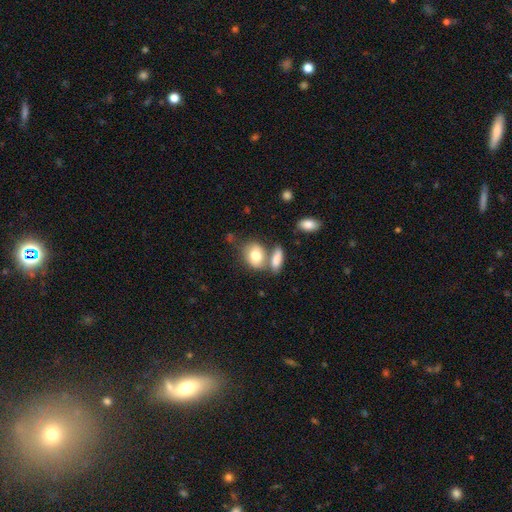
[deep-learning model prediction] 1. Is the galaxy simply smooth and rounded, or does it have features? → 78% smooth, 15% featured or disk, 7% star or artifact.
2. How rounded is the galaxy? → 67% in between, 31% round, 2% cigar-shaped.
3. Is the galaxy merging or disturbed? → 42% none, 39% merger, 13% minor disturbance, 6% major disturbance.